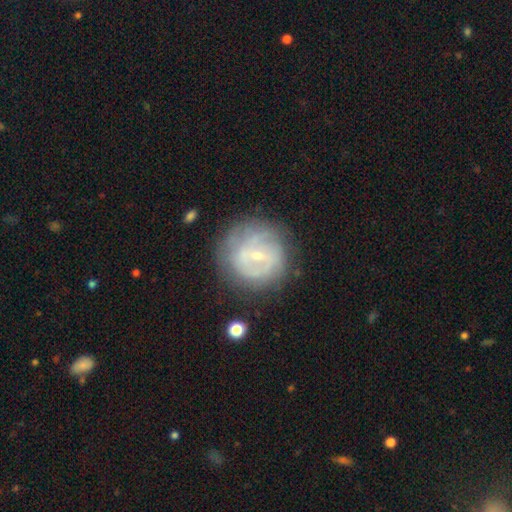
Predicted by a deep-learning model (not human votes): This is likely a featured or disk galaxy (66%). It is clearly not viewed edge-on (97%). Bar: possibly weak (50%). Spiral arm pattern: likely yes (67%). Central bulge: likely small (72%). Merging: likely none (72%).